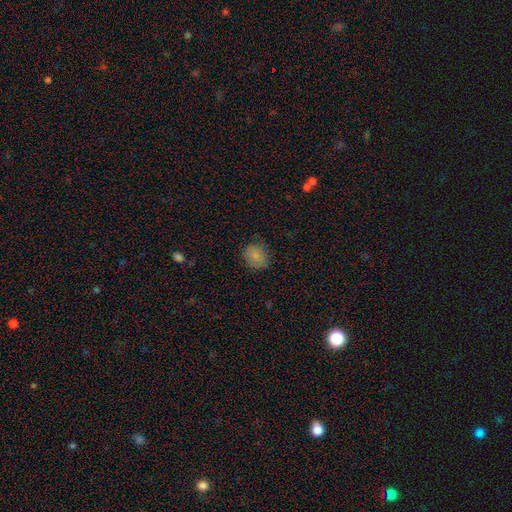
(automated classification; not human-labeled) Smooth or featured: smooth — 83% (star or artifact — 10%)
How rounded: round — 61% (in between — 38%)
Merging: none — 81% (minor disturbance — 15%)